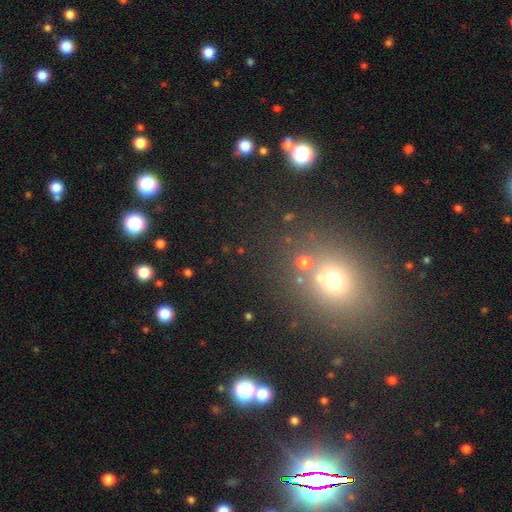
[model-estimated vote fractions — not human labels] Smooth or featured?
  - star or artifact: 51% *
  - smooth: 39%
  - featured or disk: 9%